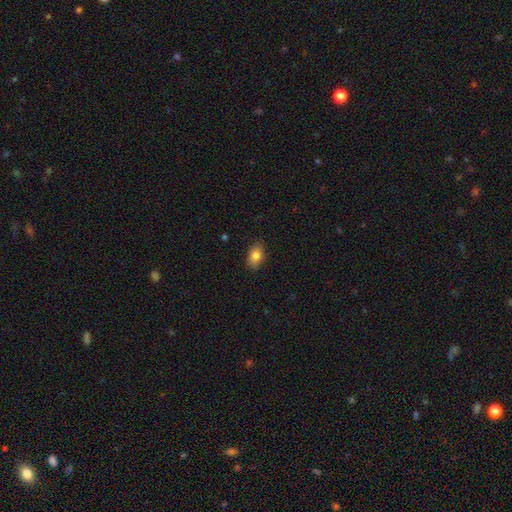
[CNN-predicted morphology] This appears to be a smooth galaxy with no disk features (82%) that is in between round and cigar-shaped (87%). Merging: none (86%).